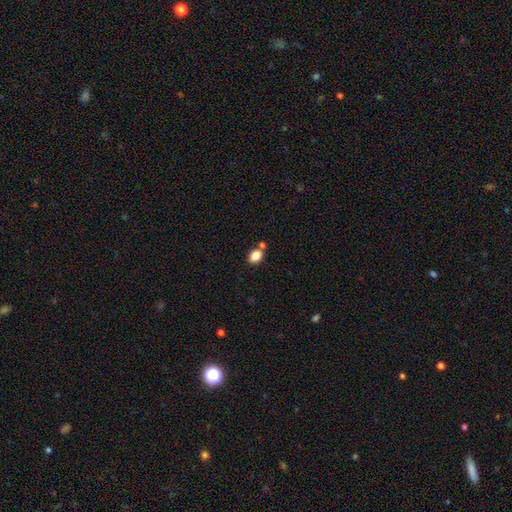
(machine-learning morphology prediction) smooth-or-featured: smooth: 84% | star or artifact: 10% | featured or disk: 6%
  how-rounded: in between: 64% | round: 35% | cigar-shaped: 1%
  merging: none: 66% | merger: 19% | minor disturbance: 12% | major disturbance: 3%